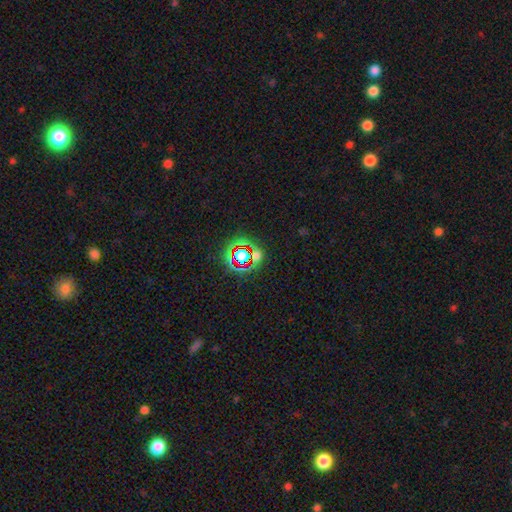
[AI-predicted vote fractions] star or artifact 70%, smooth 20%, featured or disk 10%.